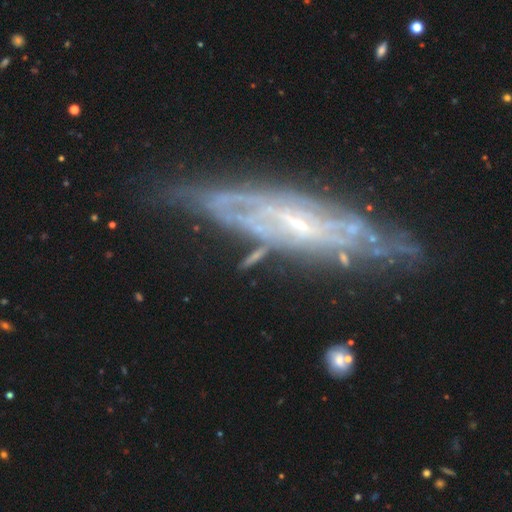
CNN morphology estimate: The model was most divided on "edge-on disk": no: 60%, yes: 40%. More confident: smooth or featured — featured or disk (70%); merging — none (62%).